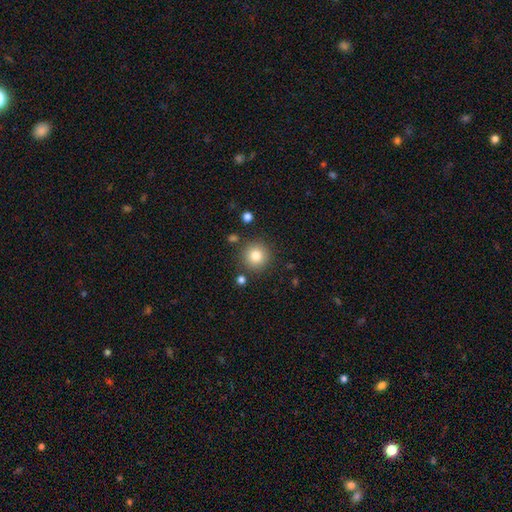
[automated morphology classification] Smooth or featured? Predicted: smooth (p=0.81). How rounded? Predicted: round (p=0.95). Merging? Predicted: none (p=0.86).